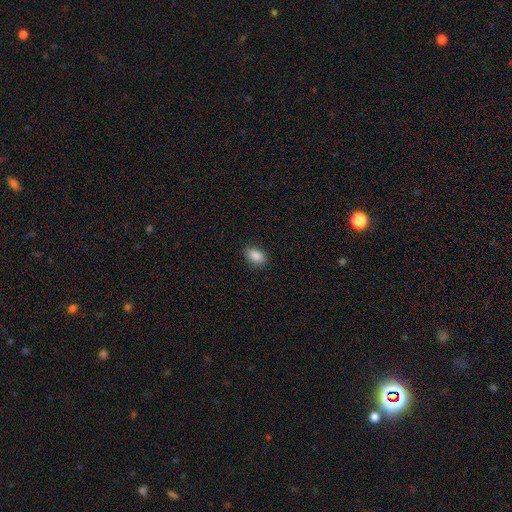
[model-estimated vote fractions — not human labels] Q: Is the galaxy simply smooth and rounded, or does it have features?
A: smooth — 88%.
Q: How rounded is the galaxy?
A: in between — 88%.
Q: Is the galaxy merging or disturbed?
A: none — 87%.